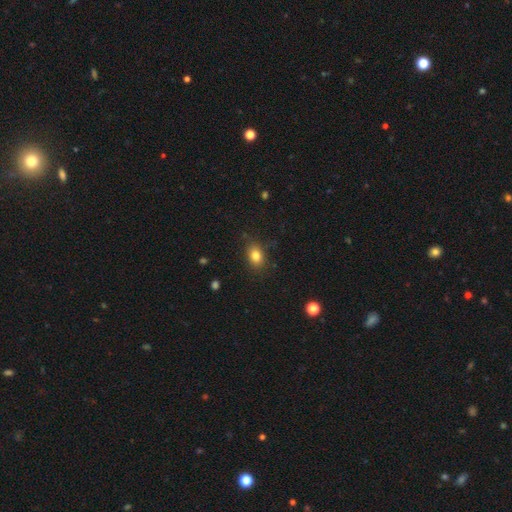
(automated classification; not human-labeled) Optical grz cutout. It shows a smooth galaxy with no disk features (82%) that is in between round and cigar-shaped (75%). Merging: none (82%).